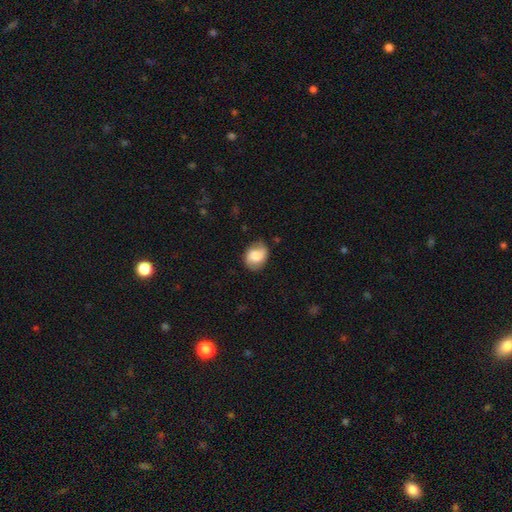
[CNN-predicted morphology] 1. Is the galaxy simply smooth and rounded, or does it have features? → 61% smooth, 31% featured or disk, 8% star or artifact.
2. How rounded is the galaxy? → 51% in between, 48% round, 1% cigar-shaped.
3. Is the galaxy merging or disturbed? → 71% none, 22% minor disturbance, 6% major disturbance, 1% merger.